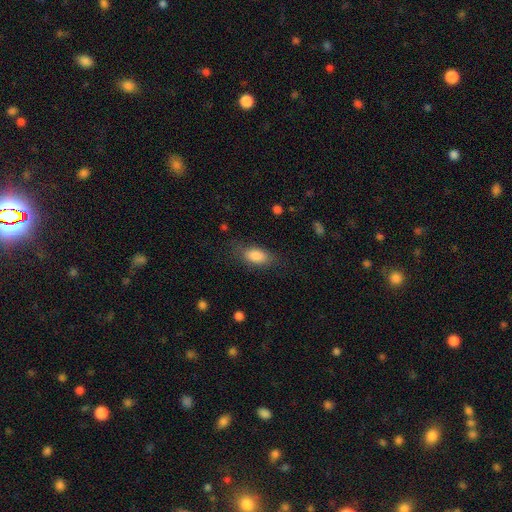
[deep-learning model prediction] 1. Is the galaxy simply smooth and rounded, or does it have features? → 85% smooth, 8% featured or disk, 7% star or artifact.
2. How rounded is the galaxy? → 87% in between, 9% cigar-shaped, 4% round.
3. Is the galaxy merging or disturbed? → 74% none, 17% minor disturbance, 7% major disturbance, 1% merger.